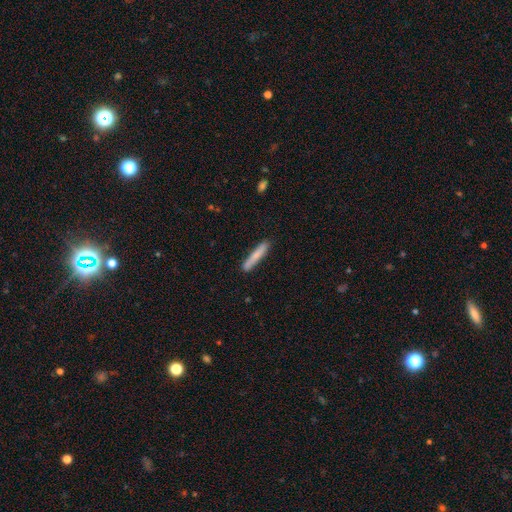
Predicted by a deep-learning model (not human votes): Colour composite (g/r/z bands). It shows a smooth galaxy with no disk features (76%) that is cigar-shaped (94%). Merging: none (87%).